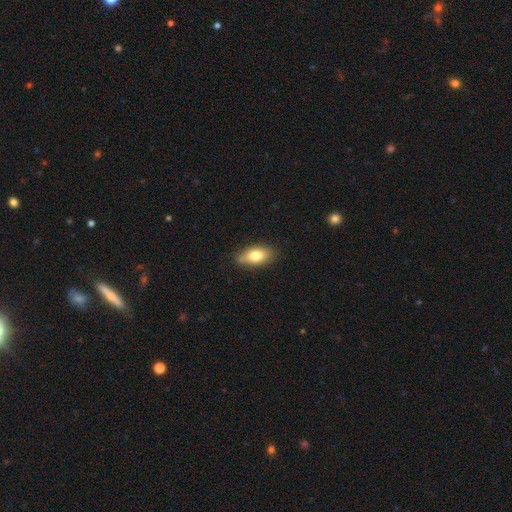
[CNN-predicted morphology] smooth_or_featured: smooth (p=0.77) [alt: featured or disk p=0.16]
how_rounded: in between (p=0.88) [alt: cigar-shaped p=0.06]
merging: none (p=0.78) [alt: minor disturbance p=0.18]